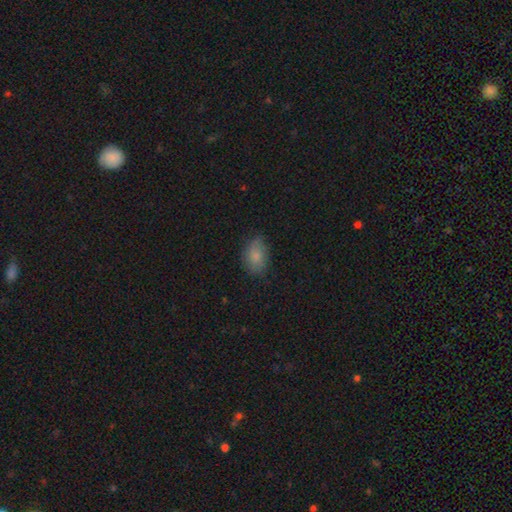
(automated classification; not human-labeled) Q: Smooth or featured?
A: smooth (82%); runner-up: featured or disk (10%)
Q: How rounded?
A: in between (82%); runner-up: round (17%)
Q: Merging?
A: none (74%); runner-up: minor disturbance (20%)